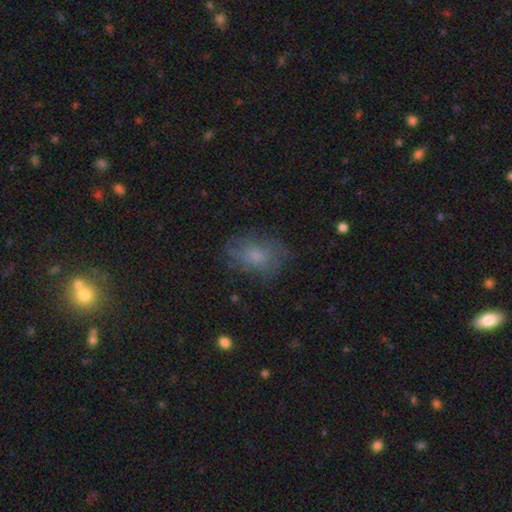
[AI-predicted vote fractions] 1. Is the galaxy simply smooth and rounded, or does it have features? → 53% smooth, 34% featured or disk, 13% star or artifact.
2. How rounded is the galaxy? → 71% in between, 27% round, 2% cigar-shaped.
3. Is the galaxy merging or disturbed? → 64% none, 22% minor disturbance, 12% major disturbance, 1% merger.